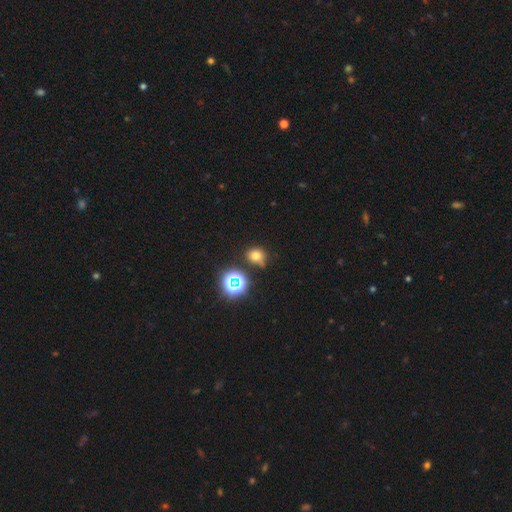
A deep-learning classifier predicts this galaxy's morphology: This is likely a smooth galaxy (68%). How rounded: likely round (71%). Merging: likely none (66%).